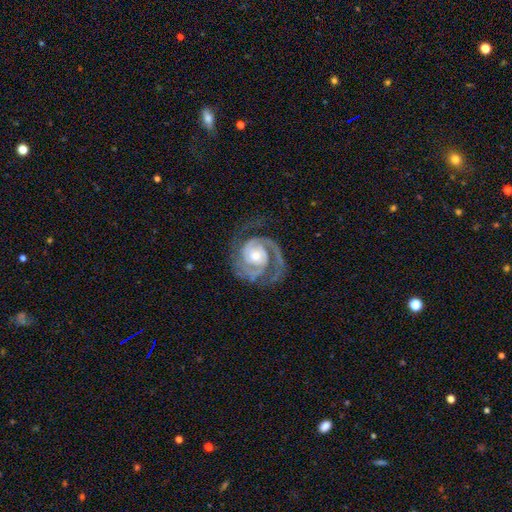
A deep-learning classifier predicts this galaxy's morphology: featured or disk 91%, smooth 5%, star or artifact 4%. Down the decision tree: edge-on disk — no (98%); bar — no (68%); spiral arms — yes (98%); spiral arm count — 2 (65%); spiral winding — tight (56%); bulge size — moderate (59%); merging — none (65%).